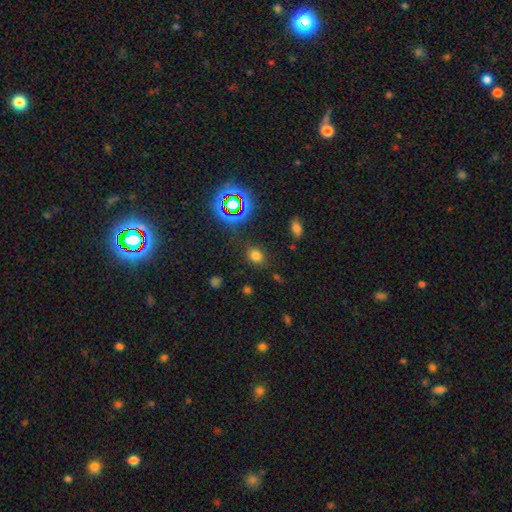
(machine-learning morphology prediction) Smooth or featured? smooth (70%)
How rounded? in between (50%)
Merging? none (83%)